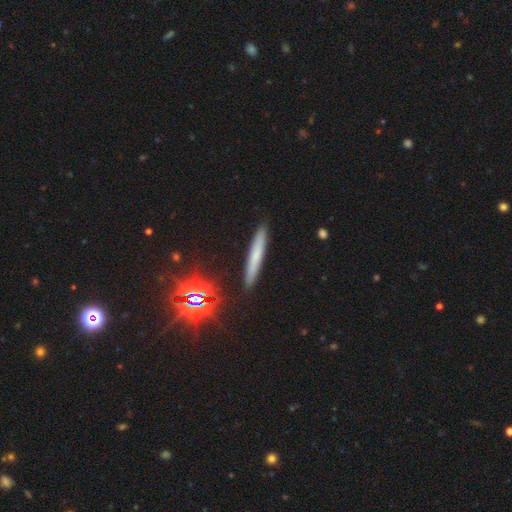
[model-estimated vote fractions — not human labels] Smooth or featured: smooth — 59% (featured or disk — 27%)
How rounded: cigar-shaped — 95% (in between — 4%)
Merging: none — 91% (minor disturbance — 6%)